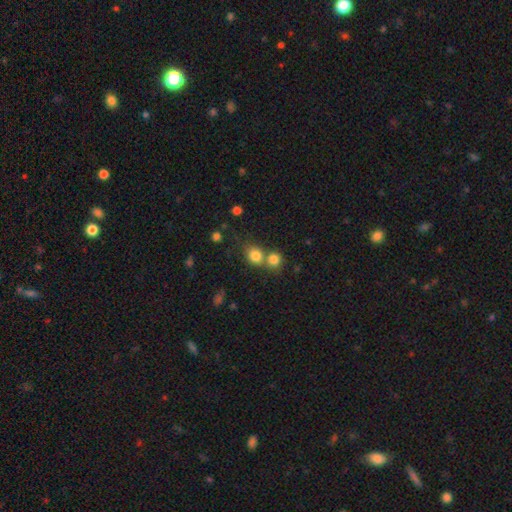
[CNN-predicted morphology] A smooth galaxy with no disk features (81%) that is round (72%). Merging: none (46%).